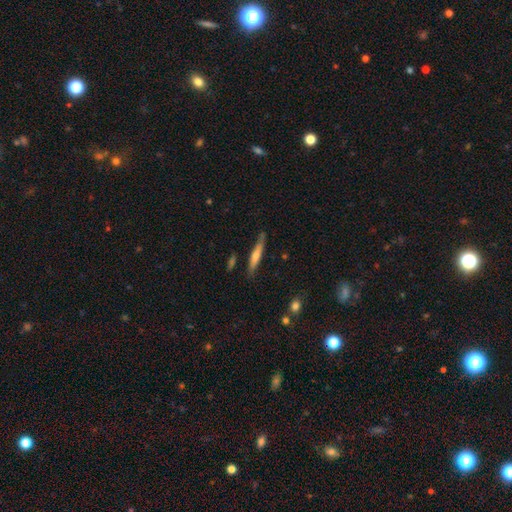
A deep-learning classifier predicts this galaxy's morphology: Smooth or featured? smooth (55%)
How rounded? cigar-shaped (91%)
Merging? none (78%)